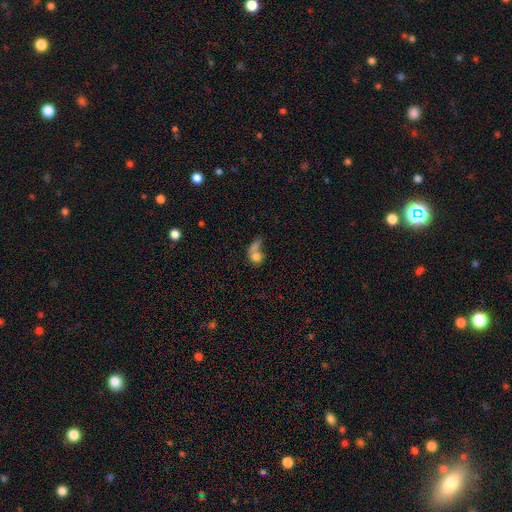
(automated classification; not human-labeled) Smooth or featured? Predicted: smooth (p=0.72). How rounded? Predicted: round (p=0.60). Merging? Predicted: merger (p=0.50).